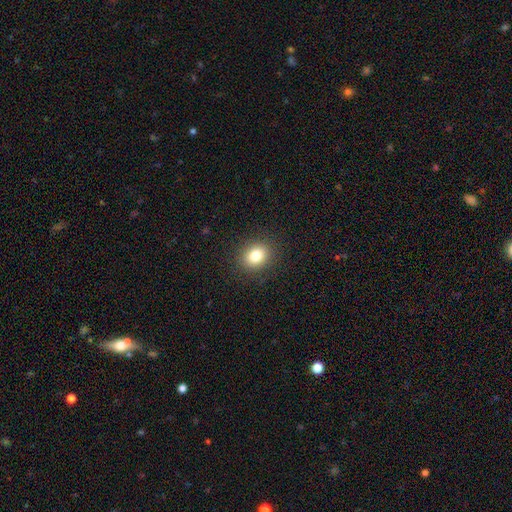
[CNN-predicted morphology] Smooth or featured: smooth — 82% (star or artifact — 11%)
How rounded: round — 55% (in between — 44%)
Merging: none — 89% (minor disturbance — 7%)